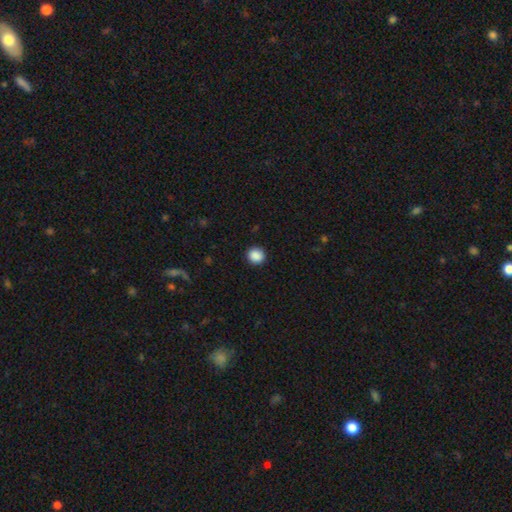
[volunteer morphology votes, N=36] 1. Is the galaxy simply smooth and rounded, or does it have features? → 92% smooth, 6% featured or disk, 3% star or artifact.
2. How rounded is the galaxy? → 94% round, 6% in between, 0% cigar-shaped.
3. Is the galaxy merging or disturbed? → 94% none, 3% minor disturbance, 3% major disturbance, 0% merger.